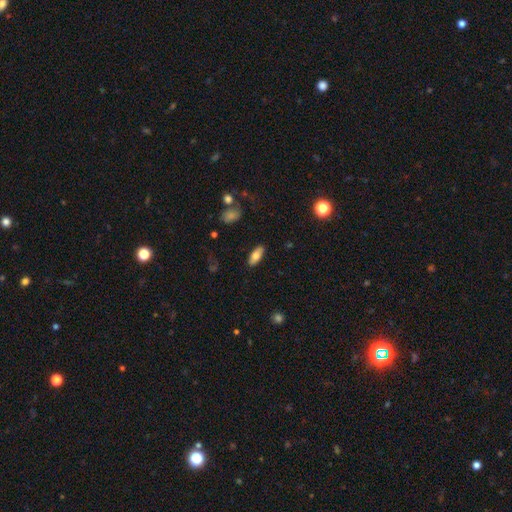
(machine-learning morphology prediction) Smooth or featured? Predicted: smooth (p=0.75). How rounded? Predicted: in between (p=0.81). Merging? Predicted: none (p=0.88).